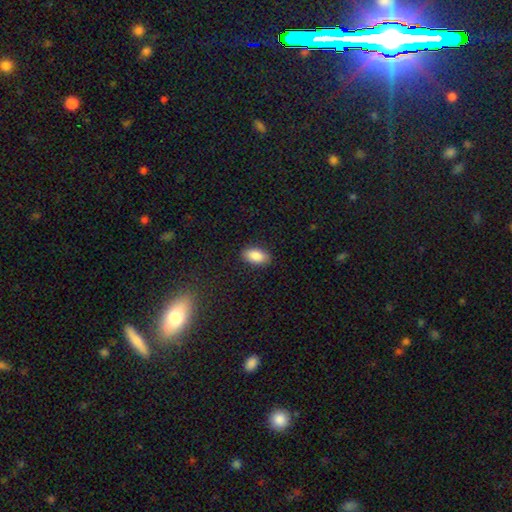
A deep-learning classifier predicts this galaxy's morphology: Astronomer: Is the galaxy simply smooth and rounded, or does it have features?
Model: smooth — 87%.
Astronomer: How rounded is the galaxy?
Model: in between — 93%.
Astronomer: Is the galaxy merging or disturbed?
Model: none — 88%.